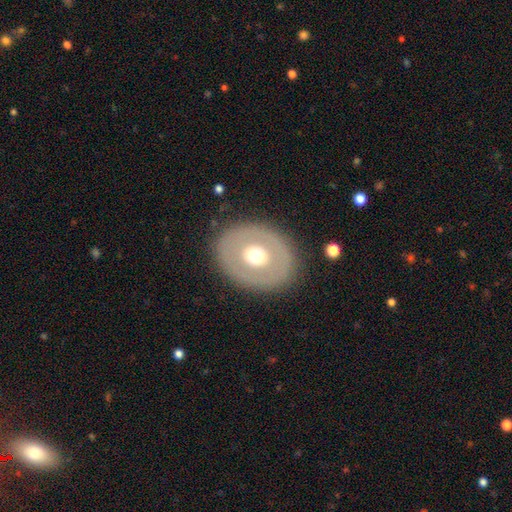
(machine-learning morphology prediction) Smooth or featured: featured or disk — 48% (smooth — 46%)
Merging: none — 85% (minor disturbance — 9%)